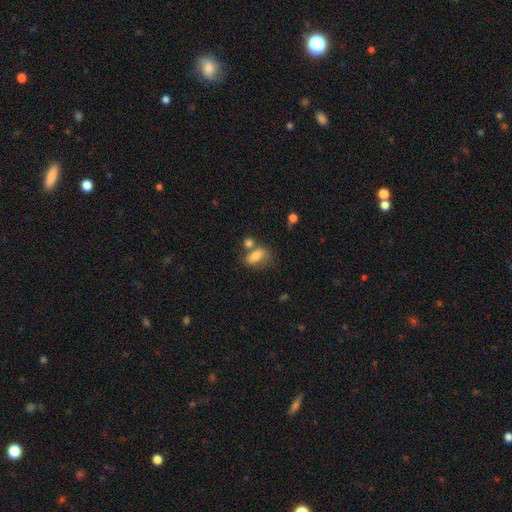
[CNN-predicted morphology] Smooth or featured: smooth — 68% (featured or disk — 23%)
How rounded: in between — 83% (round — 10%)
Merging: none — 42% (merger — 27%)